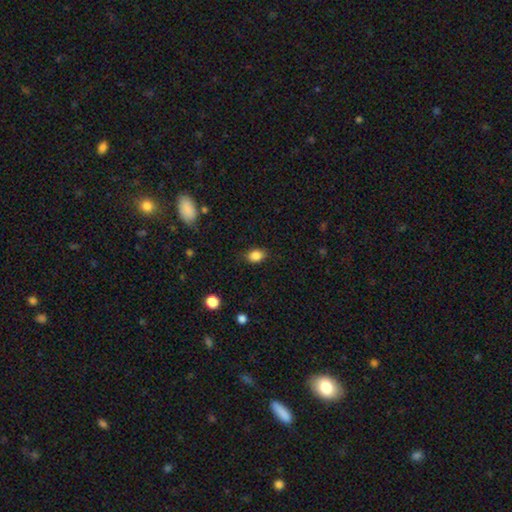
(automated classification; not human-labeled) A smooth galaxy with no disk features (86%) that is in between round and cigar-shaped (69%). Merging: none (83%).